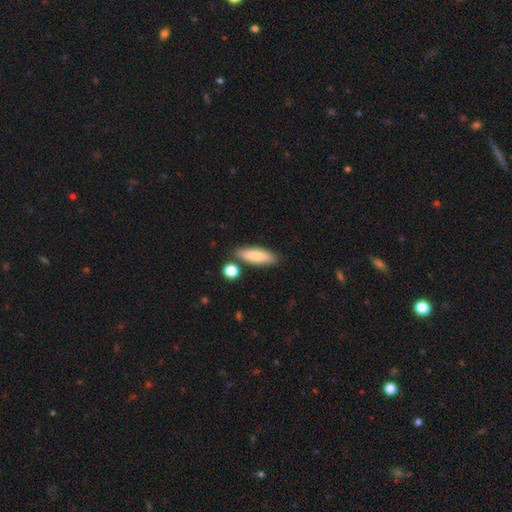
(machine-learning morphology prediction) Overall: smooth (78%). How rounded: cigar-shaped (50%; in between 47%). Merging: none (78%).